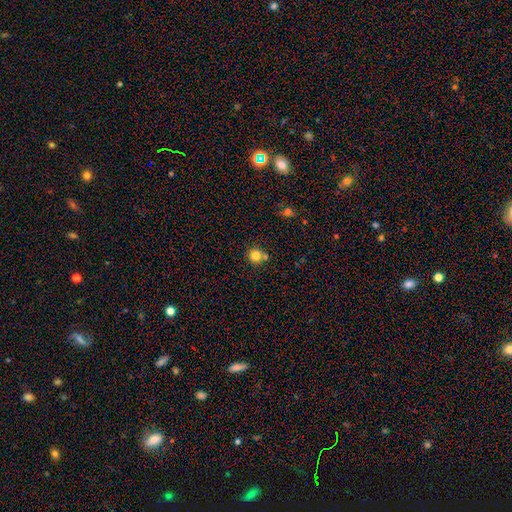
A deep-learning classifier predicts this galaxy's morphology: Smooth or featured: smooth — 81% (star or artifact — 12%)
How rounded: round — 93% (in between — 6%)
Merging: none — 74% (merger — 15%)